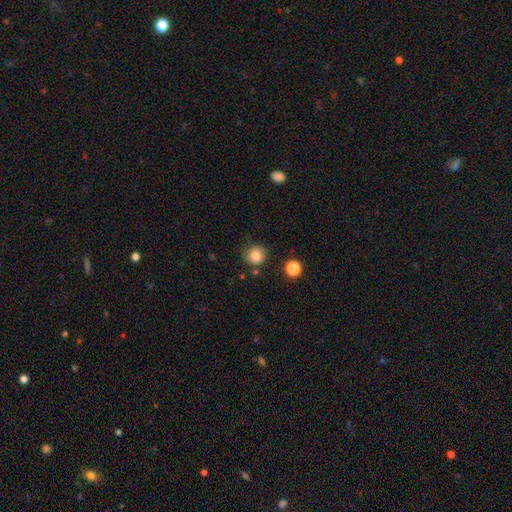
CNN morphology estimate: Overall: smooth (83%). How rounded: round (91%). Merging: none (78%).